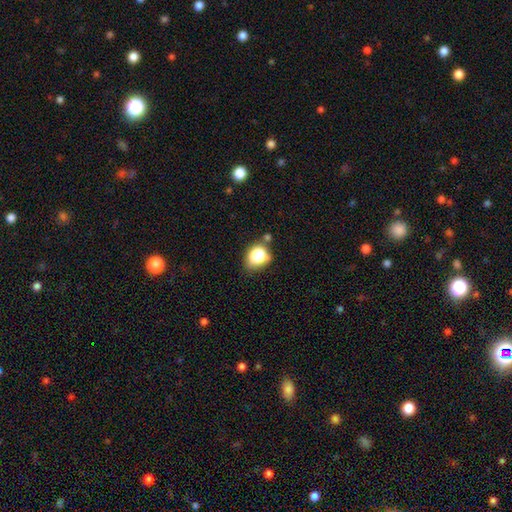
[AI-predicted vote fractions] smooth-or-featured: smooth: 78% | star or artifact: 12% | featured or disk: 10%
  how-rounded: round: 51% | in between: 48% | cigar-shaped: 1%
  merging: none: 58% | minor disturbance: 23% | merger: 12% | major disturbance: 8%